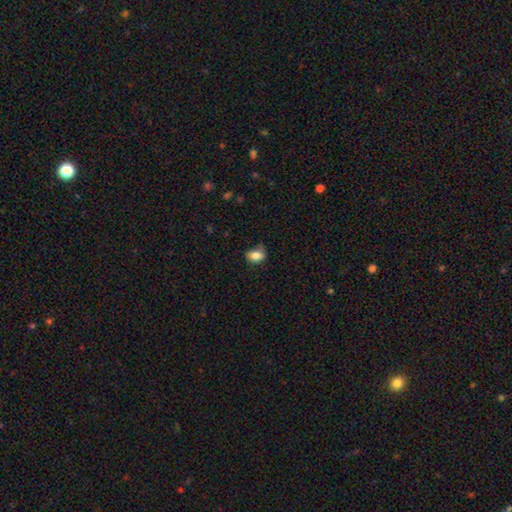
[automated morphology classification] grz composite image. It shows a smooth galaxy with no disk features (83%) that is in between round and cigar-shaped (72%). Merging: none (66%).